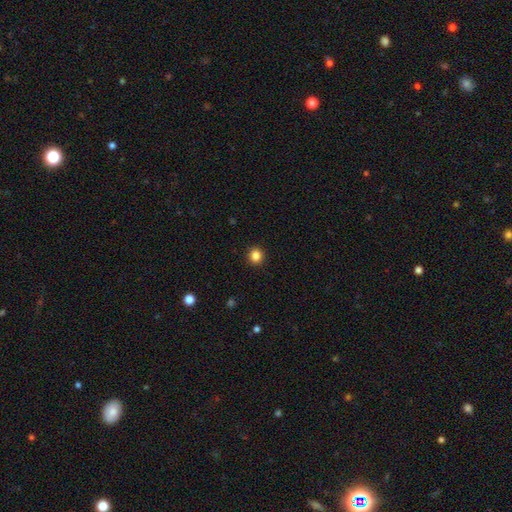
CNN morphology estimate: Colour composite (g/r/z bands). It shows a smooth galaxy with no disk features (85%) that is round (92%). Merging: none (93%).